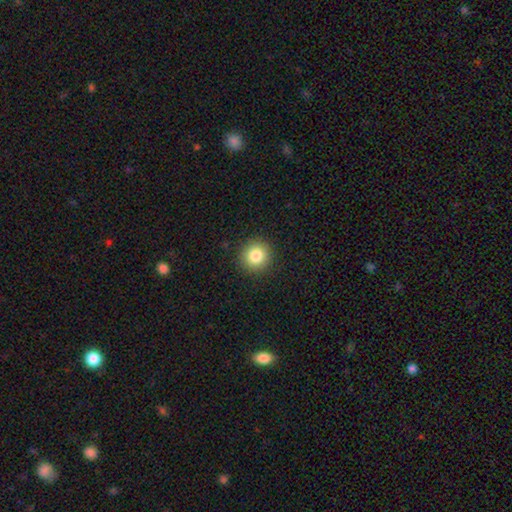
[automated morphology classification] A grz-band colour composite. It shows a smooth galaxy with no disk features (83%) that is round (93%). Merging: none (92%).